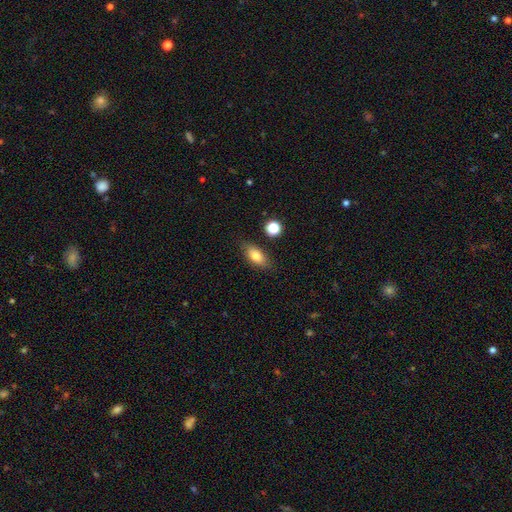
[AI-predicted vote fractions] A smooth galaxy with no disk features (78%) that is in between round and cigar-shaped (81%). Merging: none (80%).